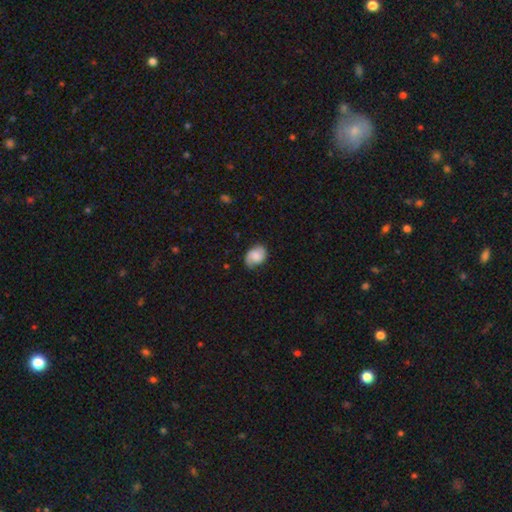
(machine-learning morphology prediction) Smooth or featured? Predicted: smooth (p=0.52). How rounded? Predicted: in between (p=0.67). Merging? Predicted: none (p=0.73).